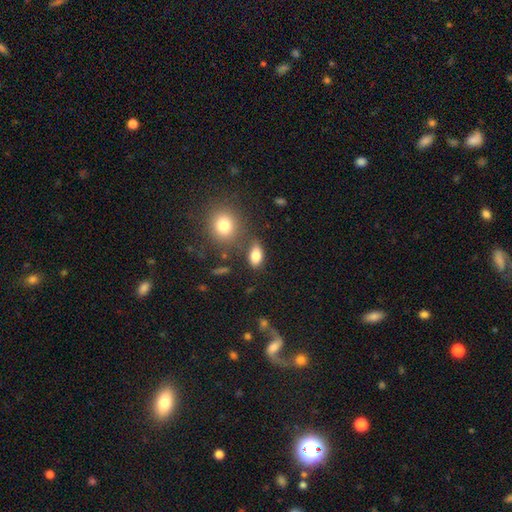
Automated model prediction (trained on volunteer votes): Morphology: type=smooth (83%); roundness=in between (86%); merging=none (69%).